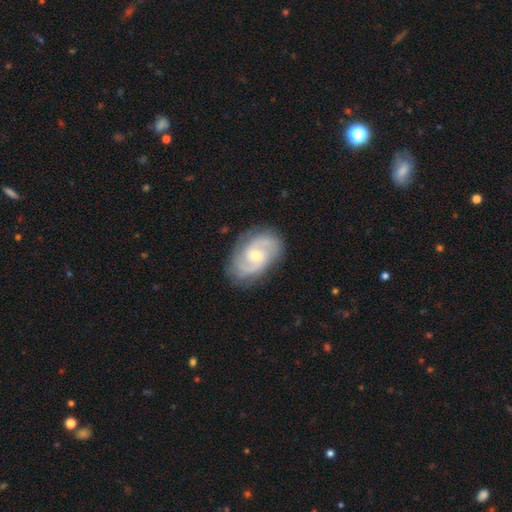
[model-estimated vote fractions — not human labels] The model was most divided on "bulge size": small: 51%, moderate: 46%, large: 2%, none: 1%, dominant: 1%. Remaining: edge-on disk — no (97%); spiral arms — yes (96%); smooth or featured — featured or disk (85%); merging — none (82%); spiral arm count — 2 (73%); bar — no (57%); spiral winding — medium (50%).